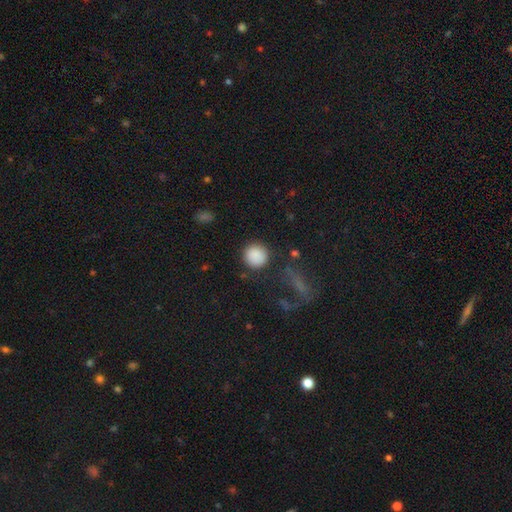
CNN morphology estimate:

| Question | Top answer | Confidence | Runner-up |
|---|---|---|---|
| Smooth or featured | smooth | 88% | star or artifact (8%) |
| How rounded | round | 93% | in between (6%) |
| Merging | none | 86% | minor disturbance (8%) |